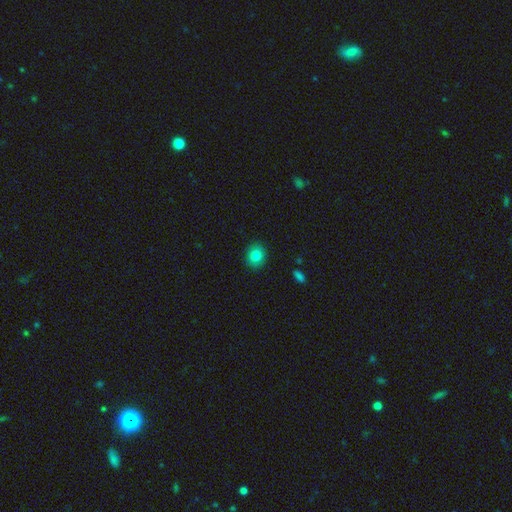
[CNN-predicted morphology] Smooth or featured: smooth — 83% (star or artifact — 10%)
How rounded: round — 66% (in between — 33%)
Merging: none — 90% (minor disturbance — 7%)